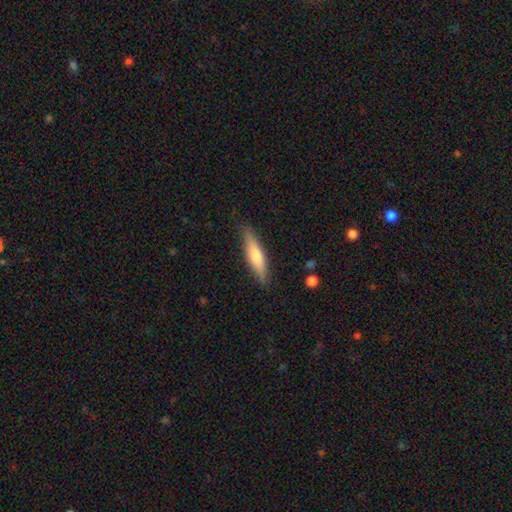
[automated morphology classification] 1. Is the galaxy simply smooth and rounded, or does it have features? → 59% smooth, 36% featured or disk, 6% star or artifact.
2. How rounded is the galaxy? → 80% cigar-shaped, 19% in between, 2% round.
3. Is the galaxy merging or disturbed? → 86% none, 11% minor disturbance, 2% major disturbance, 1% merger.